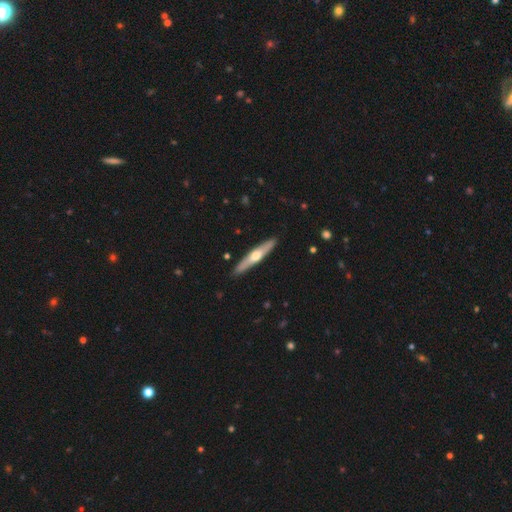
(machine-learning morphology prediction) Overall: featured or disk (56%; smooth 39%). Edge-on disk: yes (93%). Edge-on bulge: rounded (89%). Merging: none (90%).